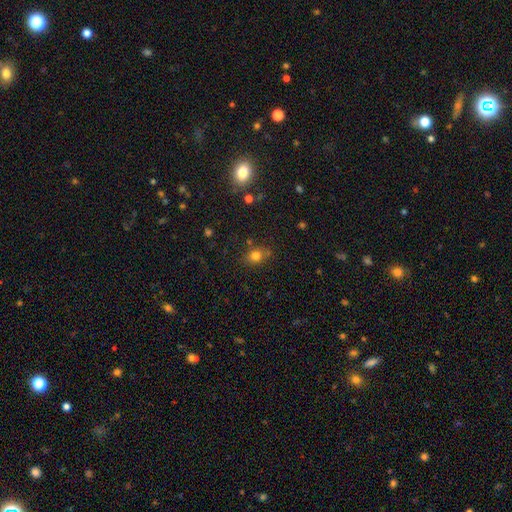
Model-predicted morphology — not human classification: This is likely a smooth galaxy (77%). How rounded: possibly round (54%). Merging: likely none (74%).